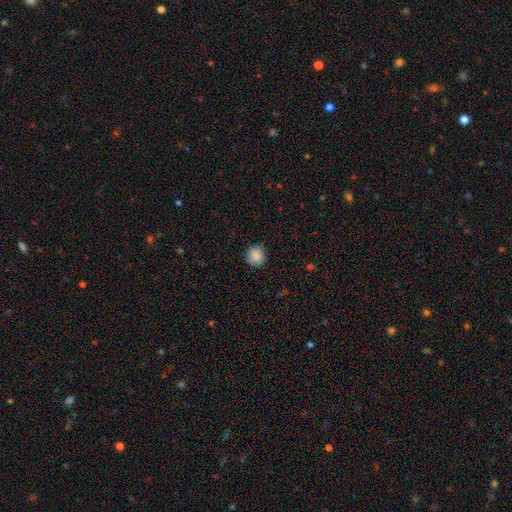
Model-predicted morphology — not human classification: Smooth or featured? Predicted: smooth (p=0.86). How rounded? Predicted: round (p=0.88). Merging? Predicted: none (p=0.83).